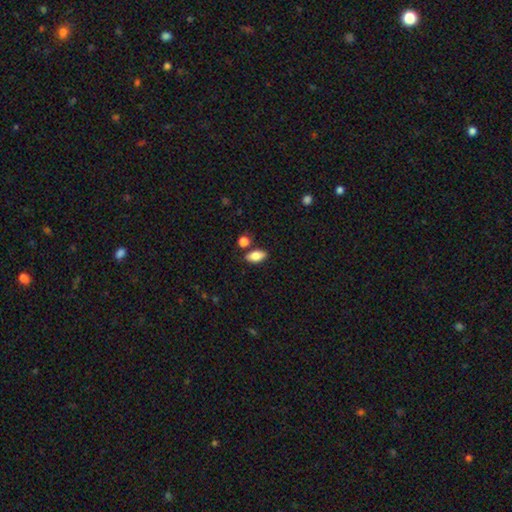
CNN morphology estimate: type=smooth (83%); roundness=in between (90%); merging=none (79%).